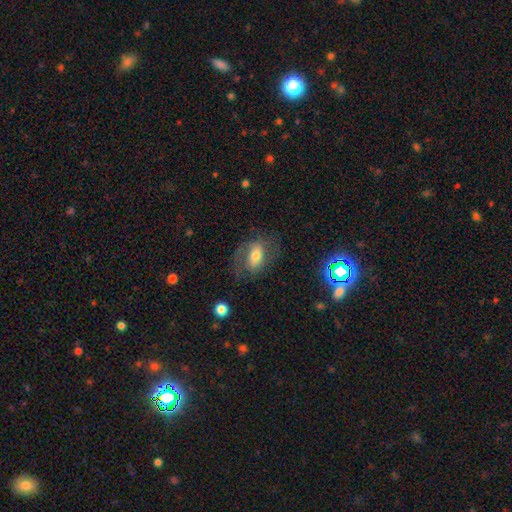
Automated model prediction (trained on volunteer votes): smooth_or_featured: smooth (p=0.46) [alt: featured or disk p=0.45]
merging: none (p=0.61) [alt: minor disturbance p=0.19]